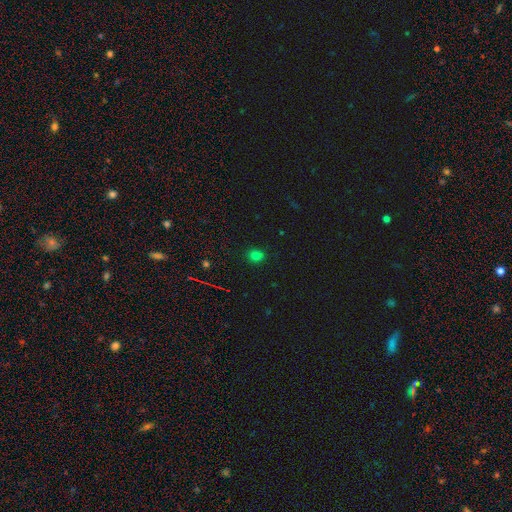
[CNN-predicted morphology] smooth_or_featured: smooth (p=0.76) [alt: star or artifact p=0.19]
how_rounded: round (p=0.68) [alt: in between p=0.31]
merging: none (p=0.87) [alt: minor disturbance p=0.09]